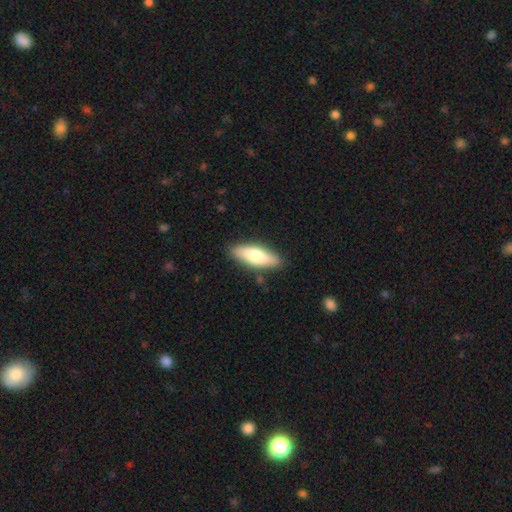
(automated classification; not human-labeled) Smooth or featured: smooth — 69% (featured or disk — 25%)
How rounded: in between — 55% (cigar-shaped — 43%)
Merging: none — 85% (minor disturbance — 11%)